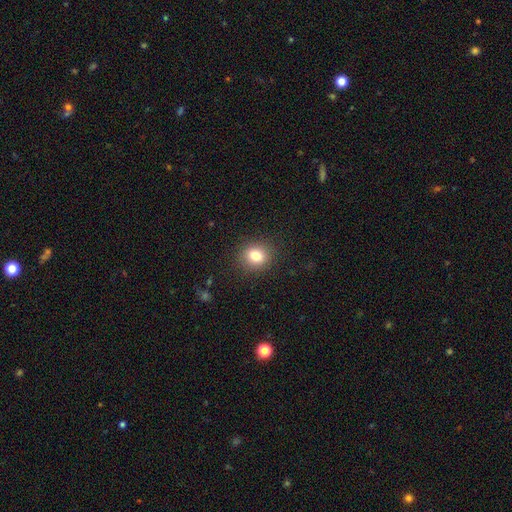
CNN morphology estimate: A smooth galaxy with no disk features (81%) that is round (71%). Merging: none (89%).